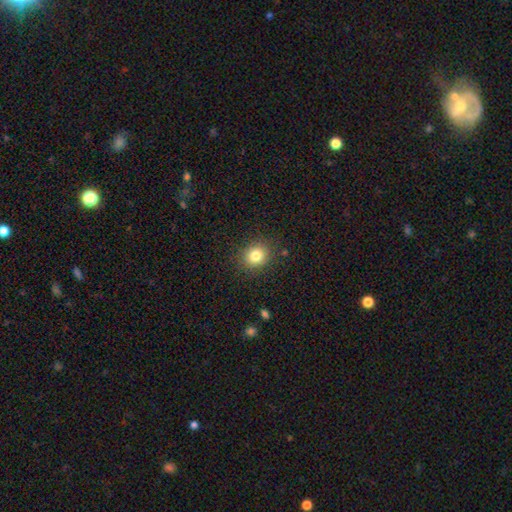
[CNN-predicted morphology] Smooth or featured? Predicted: smooth (p=0.81). How rounded? Predicted: round (p=0.73). Merging? Predicted: none (p=0.88).